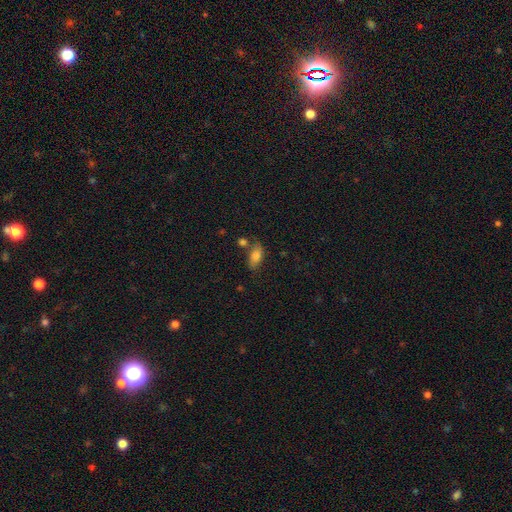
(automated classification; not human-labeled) Smooth or featured? Predicted: smooth (p=0.80). How rounded? Predicted: in between (p=0.89). Merging? Predicted: none (p=0.58).